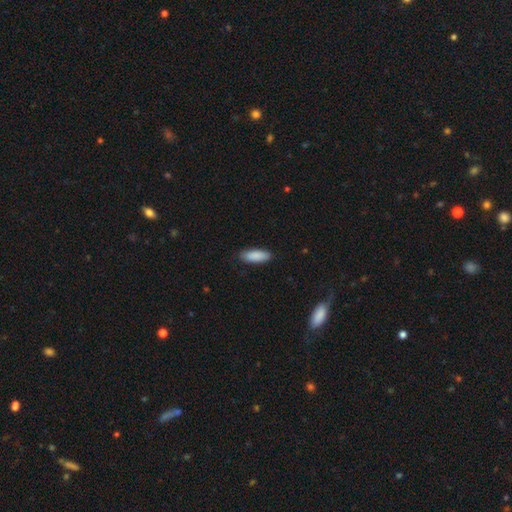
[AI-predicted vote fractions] smooth-or-featured: smooth: 89% | star or artifact: 6% | featured or disk: 5%
  how-rounded: in between: 64% | cigar-shaped: 34% | round: 2%
  merging: none: 86% | minor disturbance: 11% | major disturbance: 2% | merger: 1%